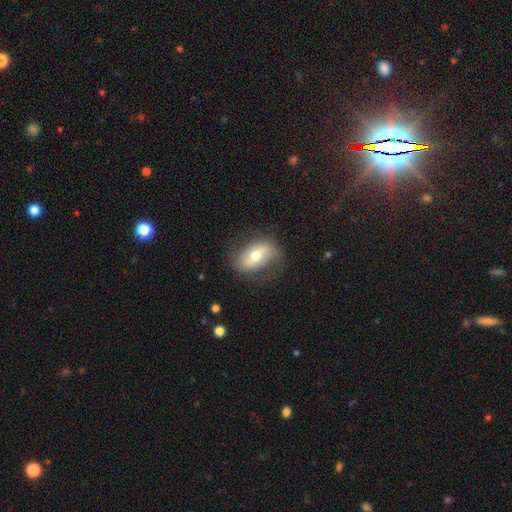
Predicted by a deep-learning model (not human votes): A featured or disk galaxy (51%).

Vote fractions:
- Smooth or featured? featured or disk: 51% / smooth: 42% / star or artifact: 8%
- Edge-on disk? no: 91% / yes: 9%
- Merging? none: 68% / minor disturbance: 20% / major disturbance: 11% / merger: 1%